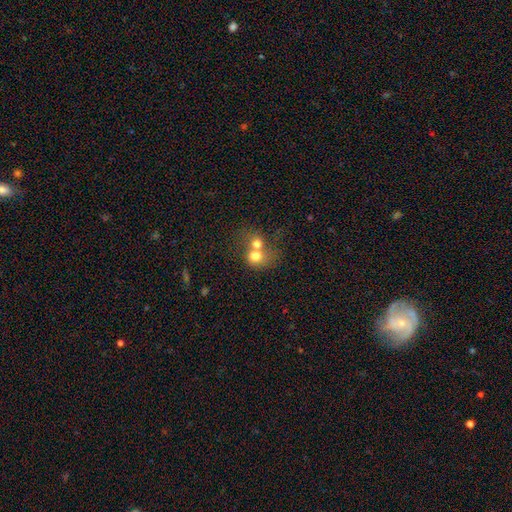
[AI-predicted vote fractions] Overall: smooth (70%). How rounded: round (69%; in between 30%). Merging: merger (71%).